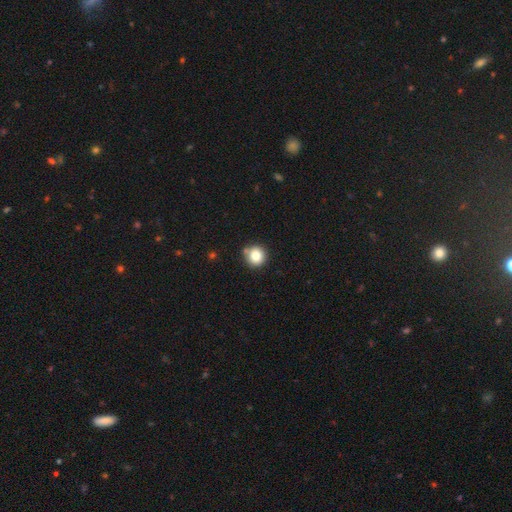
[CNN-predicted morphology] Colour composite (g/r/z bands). It shows a smooth galaxy with no disk features (83%) that is round (93%). Merging: none (81%).